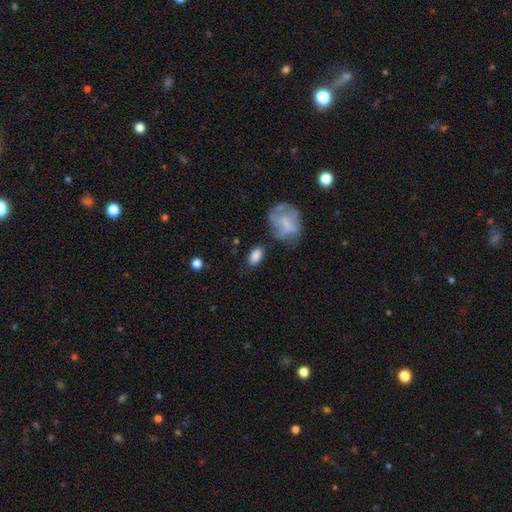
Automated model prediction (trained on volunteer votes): Q: Smooth or featured?
A: smooth (84%); runner-up: featured or disk (9%)
Q: How rounded?
A: in between (89%); runner-up: round (8%)
Q: Merging?
A: none (70%); runner-up: minor disturbance (17%)